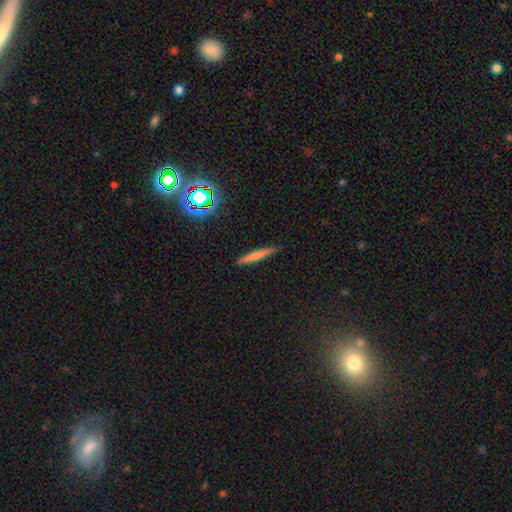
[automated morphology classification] type=smooth (68%); roundness=cigar-shaped (94%); merging=none (87%).